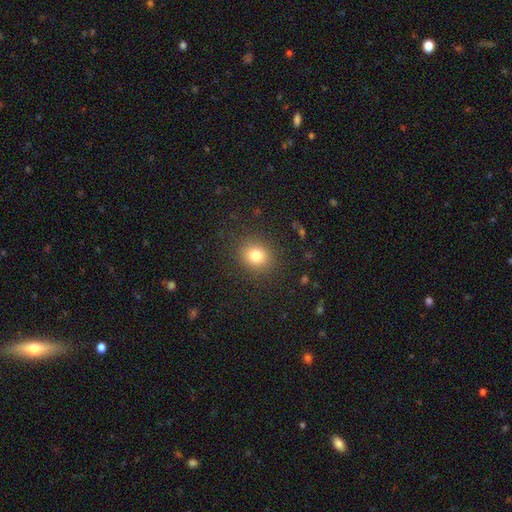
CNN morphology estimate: smooth 80%, star or artifact 13%, featured or disk 8%. Down the decision tree: how rounded — round (75%); merging — none (88%).